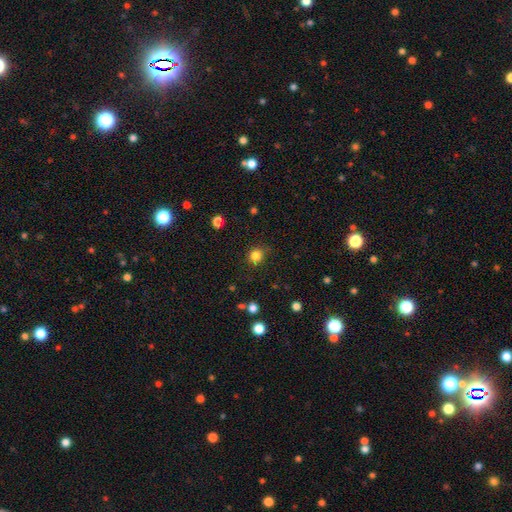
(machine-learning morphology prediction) Smooth or featured? smooth (83%)
How rounded? round (87%)
Merging? none (83%)